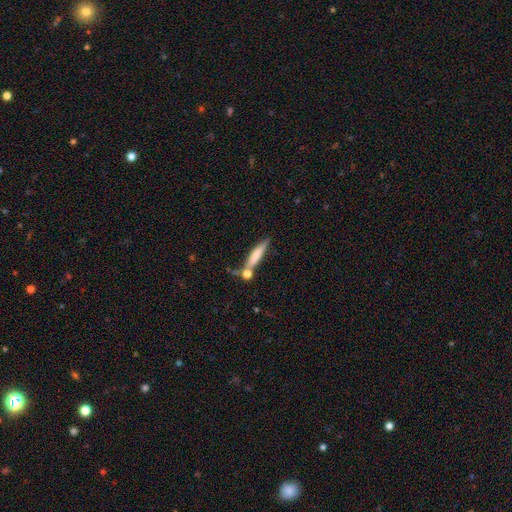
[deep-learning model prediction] The model was most divided on "merging": none: 54%, merger: 23%, minor disturbance: 17%, major disturbance: 7%. More confident: how rounded — cigar-shaped (84%); smooth or featured — smooth (65%).